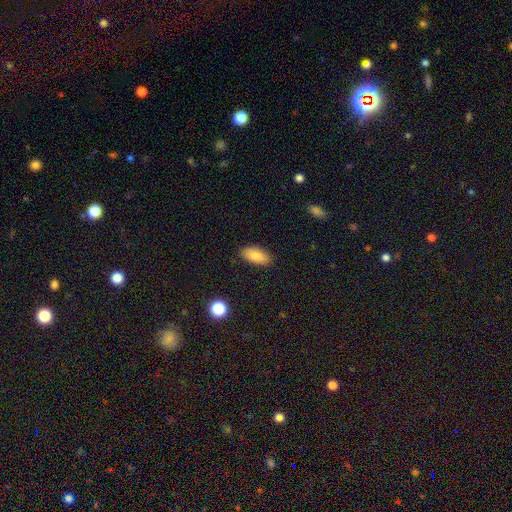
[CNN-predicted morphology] Q: Smooth or featured?
A: smooth (83%); runner-up: featured or disk (9%)
Q: How rounded?
A: in between (88%); runner-up: cigar-shaped (9%)
Q: Merging?
A: none (86%); runner-up: minor disturbance (10%)